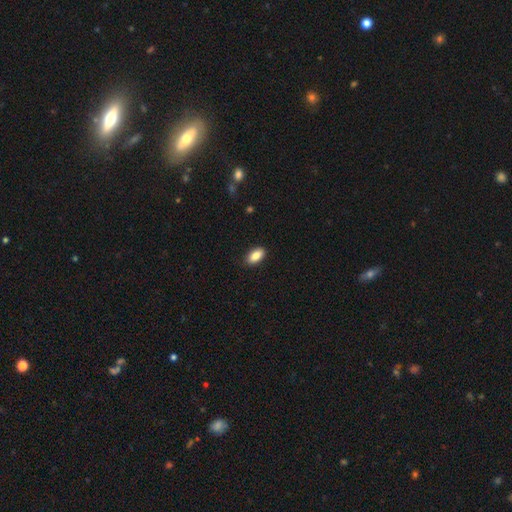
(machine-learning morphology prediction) A smooth galaxy with no disk features (87%) that is in between round and cigar-shaped (92%).

Vote fractions:
- Smooth or featured? smooth: 87% / star or artifact: 7% / featured or disk: 6%
- How rounded? in between: 92% / cigar-shaped: 5% / round: 3%
- Merging? none: 88% / minor disturbance: 9% / major disturbance: 2% / merger: 1%